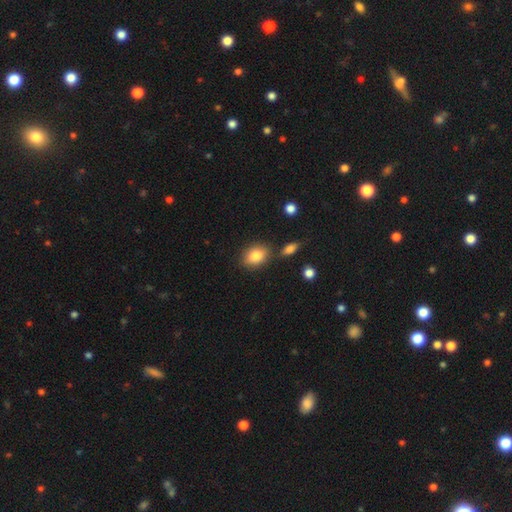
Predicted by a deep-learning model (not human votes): smooth 83%, featured or disk 9%, star or artifact 8%. Down the decision tree: how rounded — in between (71%); merging — none (76%).